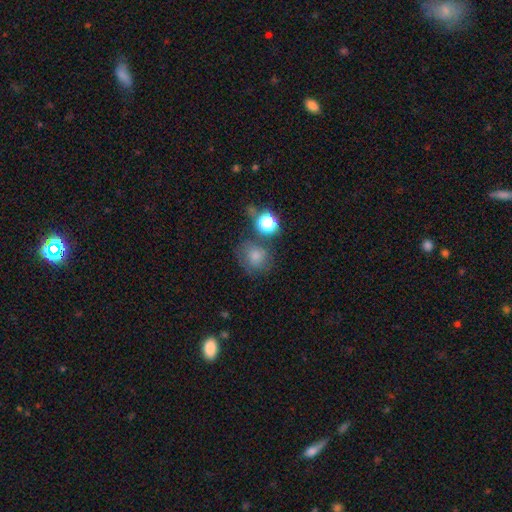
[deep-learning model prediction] A smooth galaxy with no disk features (71%) that is round (81%).

Vote fractions:
- Smooth or featured? smooth: 71% / star or artifact: 16% / featured or disk: 12%
- How rounded? round: 81% / in between: 18% / cigar-shaped: 1%
- Merging? none: 58% / minor disturbance: 18% / merger: 13% / major disturbance: 10%